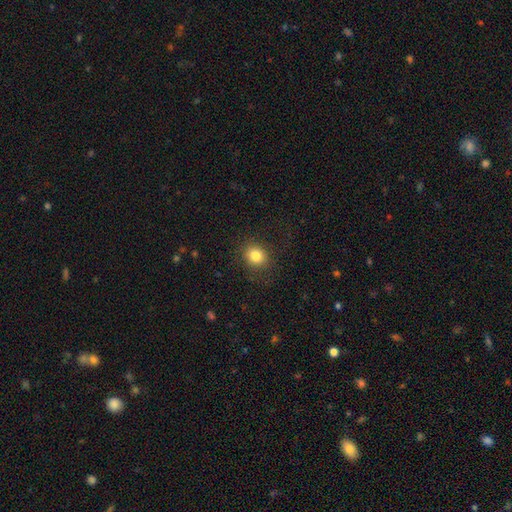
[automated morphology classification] type=smooth (83%); roundness=round (70%); merging=none (86%).